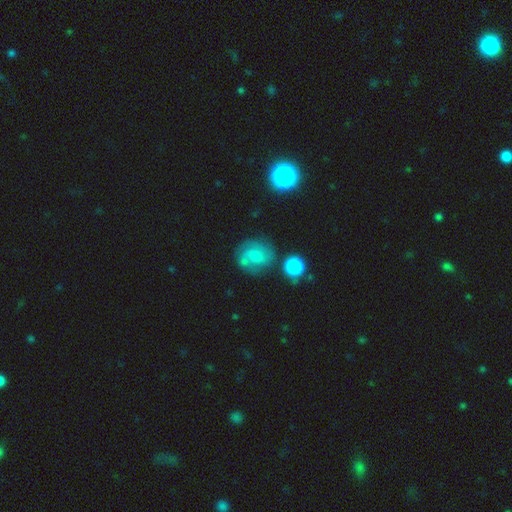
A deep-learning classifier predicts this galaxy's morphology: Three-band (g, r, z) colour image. It shows a featured or disk galaxy (60%) with no bar (45%, tied with weak), 2 (58%) medium (46%) spiral arms (88%) and a small central bulge (40%). Merging: none (61%).